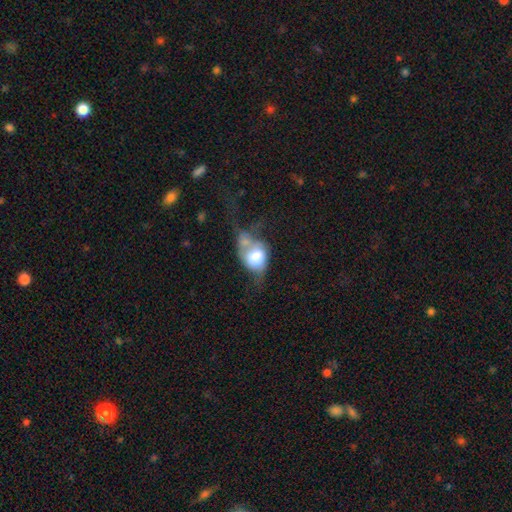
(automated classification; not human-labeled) smooth 59%, featured or disk 33%, star or artifact 8%. Down the decision tree: how rounded — in between (59%); merging — merger (39%).